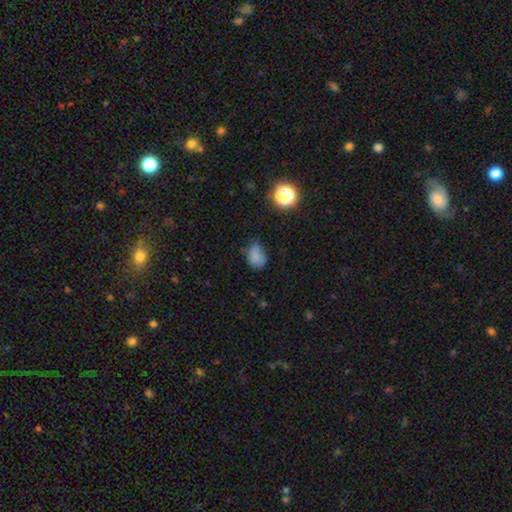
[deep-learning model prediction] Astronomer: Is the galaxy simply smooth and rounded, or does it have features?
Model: smooth — 76%.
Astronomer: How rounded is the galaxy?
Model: in between — 70%.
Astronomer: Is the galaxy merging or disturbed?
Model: none — 52% (runner-up: minor disturbance, 35%).